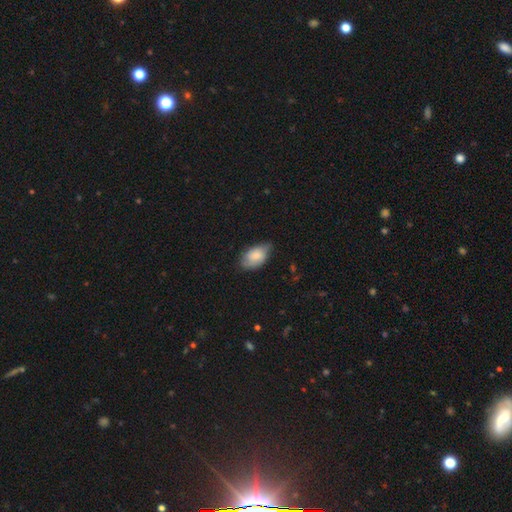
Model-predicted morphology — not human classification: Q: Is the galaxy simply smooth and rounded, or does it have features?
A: smooth — 72%.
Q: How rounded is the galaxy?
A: in between — 91%.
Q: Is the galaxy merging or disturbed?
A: none — 57%.